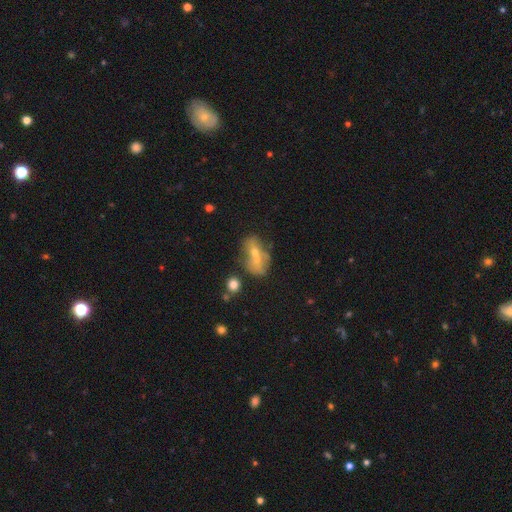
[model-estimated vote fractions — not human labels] Morphology: type=smooth (48%); merging=merger (46%).